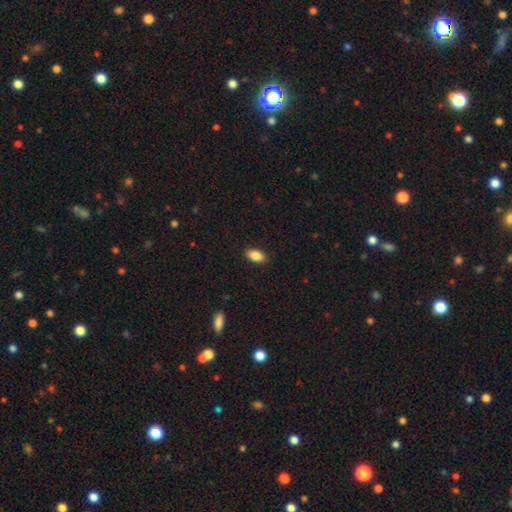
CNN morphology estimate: This appears to be a smooth galaxy with no disk features (87%) that is in between round and cigar-shaped (91%). Merging: none (88%).